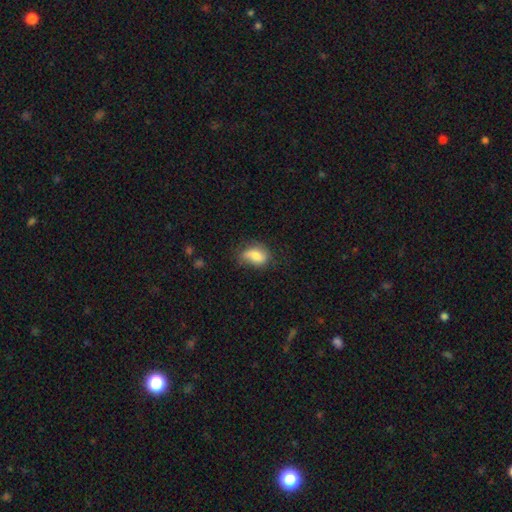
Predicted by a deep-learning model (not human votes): Morphology: type=smooth (68%); roundness=in between (83%); merging=none (56%).